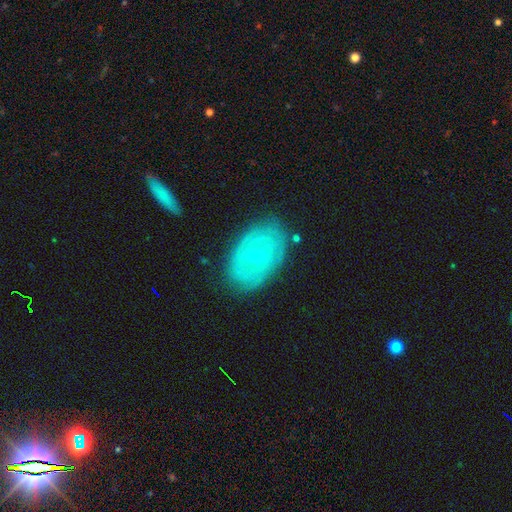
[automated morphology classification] smooth-or-featured: featured or disk: 69% | smooth: 24% | star or artifact: 7%
  disk-edge-on: no: 93% | yes: 7%
    bar: weak: 43% | no: 41% | strong: 16%
    has-spiral-arms: yes: 54% | no: 46%
    bulge-size: small: 70% | moderate: 27% | none: 1% | large: 1% | dominant: 1%
  merging: none: 77% | minor disturbance: 16% | major disturbance: 5% | merger: 2%